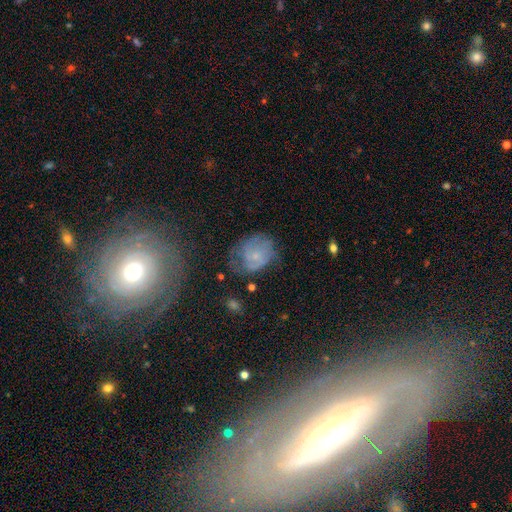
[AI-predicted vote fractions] A featured or disk galaxy (54%) with no bar (73%), spiral arms (77%) and a small central bulge (70%).

Vote fractions:
- Smooth or featured? featured or disk: 54% / smooth: 36% / star or artifact: 9%
- Edge-on disk? no: 97% / yes: 3%
- Bar? no: 73% / weak: 23% / strong: 4%
- Spiral arms? yes: 77% / no: 23%
- Bulge size? small: 70% / moderate: 16% / none: 11% / large: 1% / dominant: 1%
- Merging? none: 48% / minor disturbance: 28% / major disturbance: 20% / merger: 3%